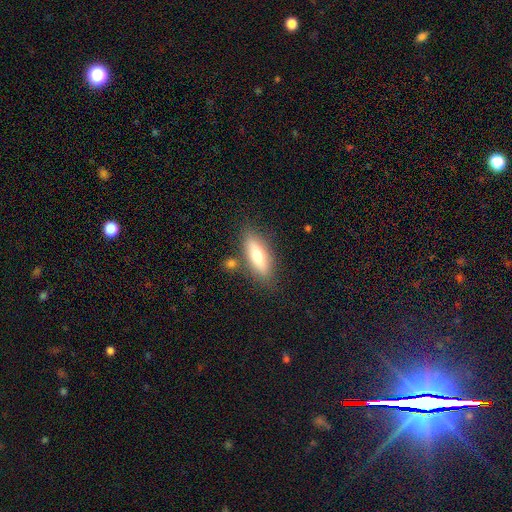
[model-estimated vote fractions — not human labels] The model was most divided on "how rounded": in between: 63%, cigar-shaped: 35%, round: 3%. More confident: merging — none (79%); smooth or featured — smooth (66%).